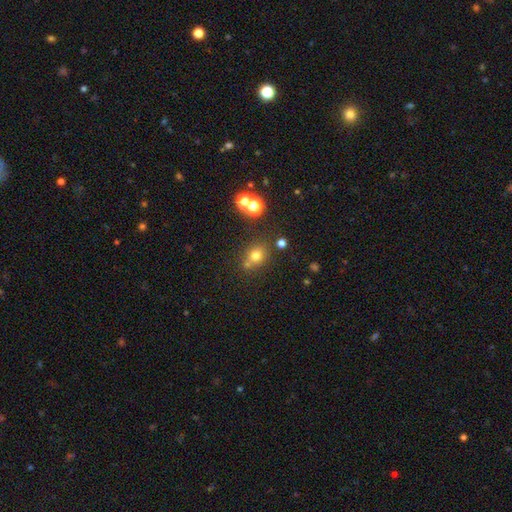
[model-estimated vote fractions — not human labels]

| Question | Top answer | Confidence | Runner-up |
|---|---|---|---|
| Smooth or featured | smooth | 71% | star or artifact (20%) |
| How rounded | round | 78% | in between (21%) |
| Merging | none | 70% | merger (15%) |